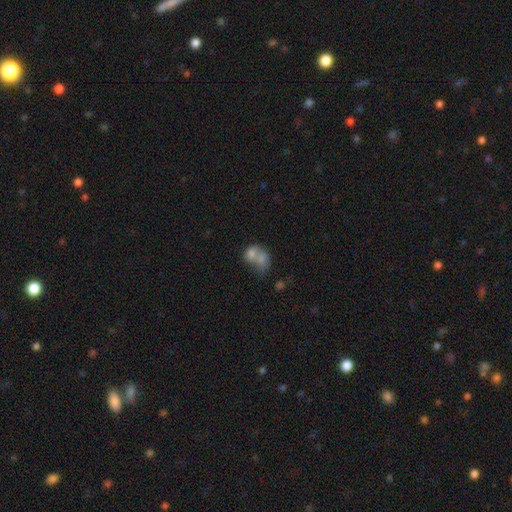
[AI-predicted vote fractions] Morphology: type=smooth (71%); roundness=in between (60%); merging=merger (69%).